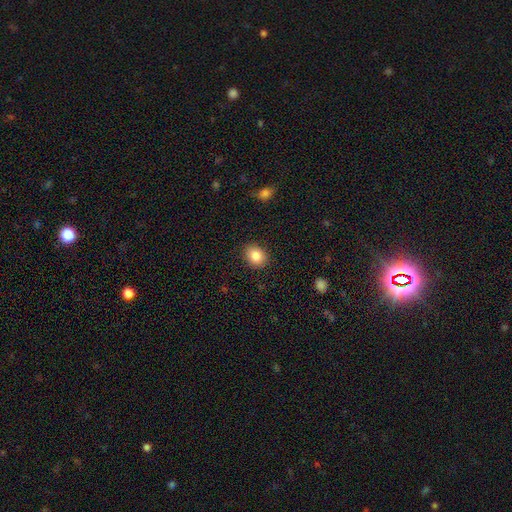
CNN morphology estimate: Smooth or featured: smooth — 85% (star or artifact — 9%)
How rounded: round — 53% (in between — 46%)
Merging: none — 88% (minor disturbance — 9%)